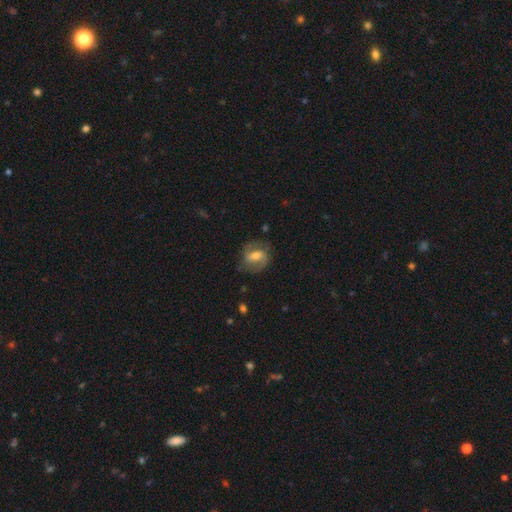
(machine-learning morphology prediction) Smooth or featured? Predicted: featured or disk (p=0.76). Edge-on disk? Predicted: no (p=0.97). Bar? Predicted: weak (p=0.47). Spiral arms? Predicted: yes (p=0.91). Spiral winding? Predicted: medium (p=0.53). Spiral arm count? Predicted: 2 (p=0.88). Bulge size? Predicted: moderate (p=0.63). Merging? Predicted: none (p=0.77).